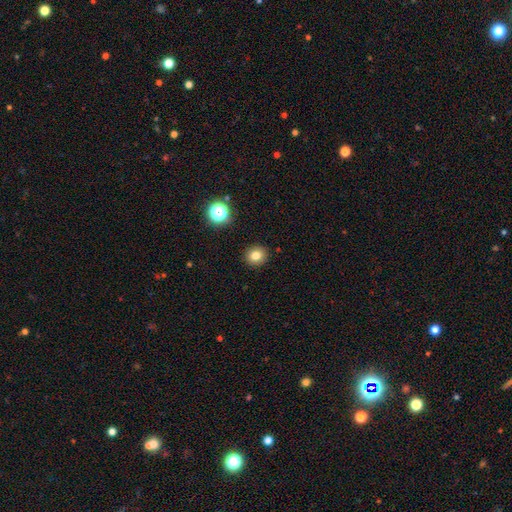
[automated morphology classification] Overall: smooth (79%). How rounded: round (86%). Merging: none (91%).